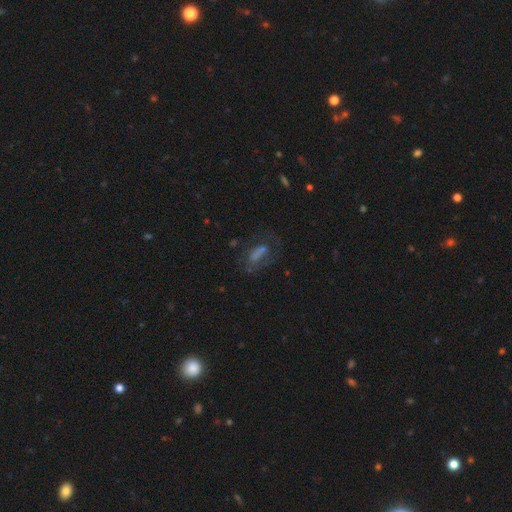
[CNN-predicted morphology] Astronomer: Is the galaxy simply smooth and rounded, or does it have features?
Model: smooth — 43% (runner-up: featured or disk, 34%).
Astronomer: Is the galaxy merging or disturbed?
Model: none — 54%.